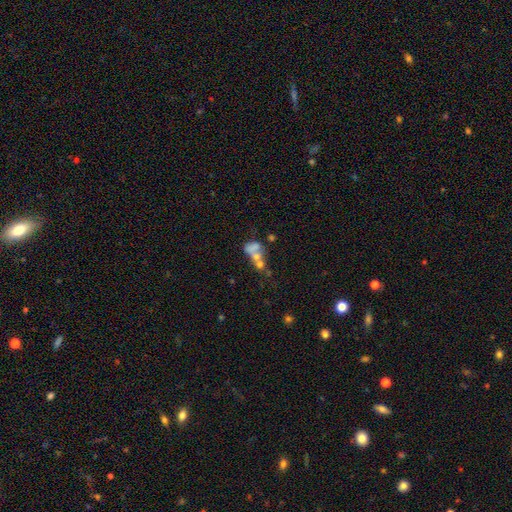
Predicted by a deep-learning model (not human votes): A smooth galaxy with no disk features (49%). Merging: merger (56%).